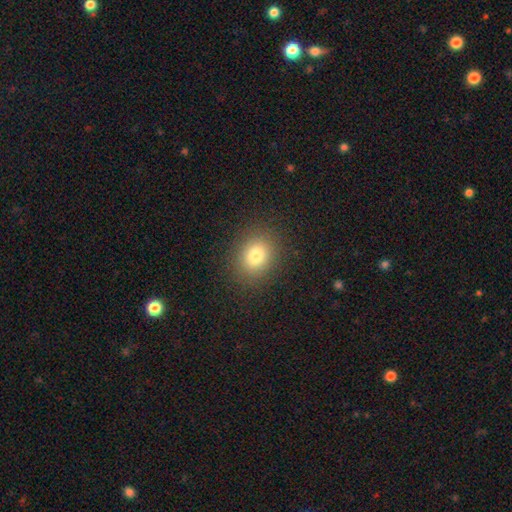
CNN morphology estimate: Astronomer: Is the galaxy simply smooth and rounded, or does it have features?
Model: smooth — 79%.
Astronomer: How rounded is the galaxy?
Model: round — 57% (runner-up: in between, 42%).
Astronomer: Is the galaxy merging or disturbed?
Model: none — 88%.